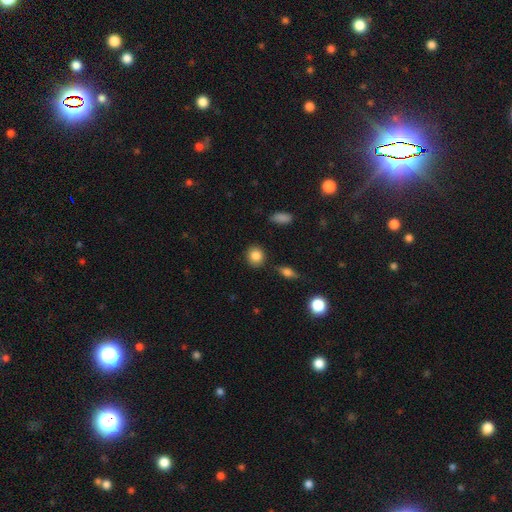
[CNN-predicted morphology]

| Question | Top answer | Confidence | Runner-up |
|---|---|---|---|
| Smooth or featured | smooth | 86% | star or artifact (8%) |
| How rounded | round | 77% | in between (21%) |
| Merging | none | 86% | minor disturbance (9%) |